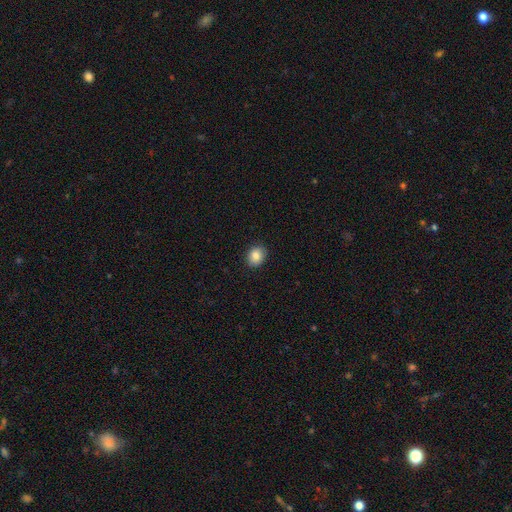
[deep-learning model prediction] The model was most divided on "how rounded": round: 53%, in between: 46%, cigar-shaped: 1%. More confident: merging — none (90%); smooth or featured — smooth (84%).